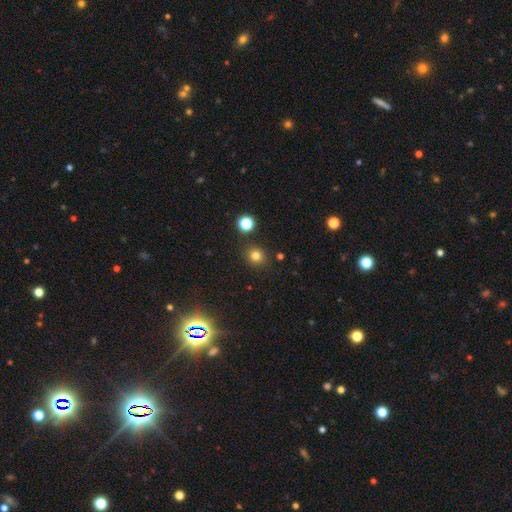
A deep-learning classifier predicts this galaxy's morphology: Smooth or featured: smooth — 78% (star or artifact — 16%)
How rounded: round — 86% (in between — 13%)
Merging: none — 87% (minor disturbance — 7%)